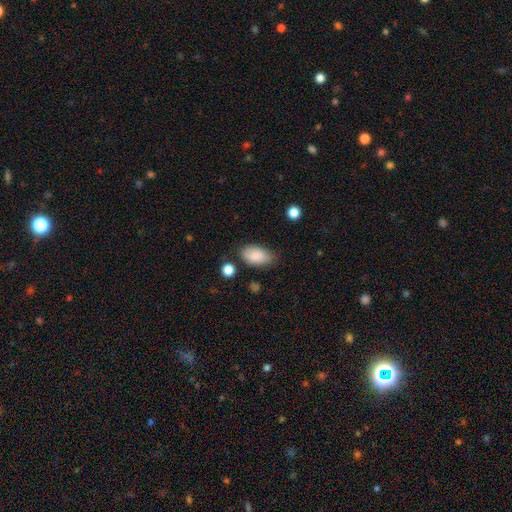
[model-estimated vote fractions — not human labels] Smooth or featured? smooth (87%)
How rounded? in between (93%)
Merging? none (73%)